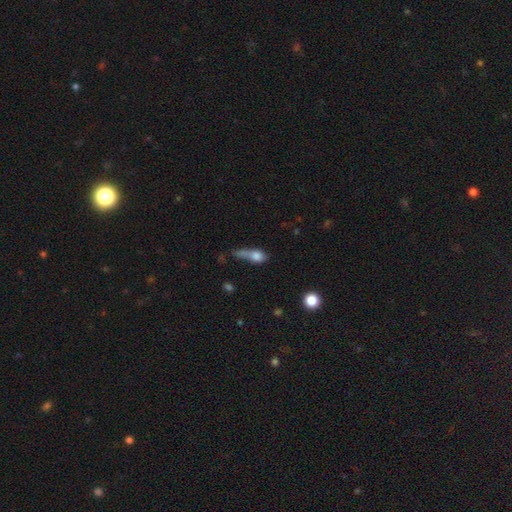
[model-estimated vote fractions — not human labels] Q: Smooth or featured?
A: smooth (72%); runner-up: featured or disk (17%)
Q: How rounded?
A: in between (57%); runner-up: round (22%)
Q: Merging?
A: major disturbance (32%); runner-up: merger (25%)